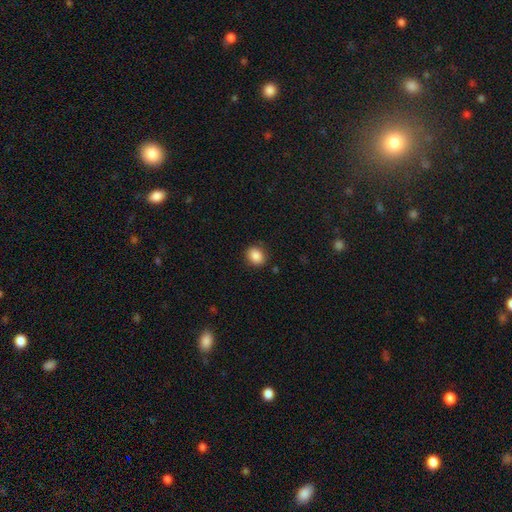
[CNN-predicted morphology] This is clearly a smooth galaxy (87%). How rounded: likely round (62%). Merging: clearly none (87%).